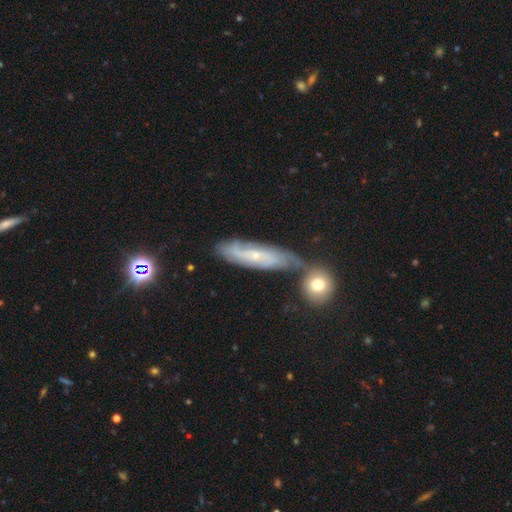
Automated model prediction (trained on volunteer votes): Overall: featured or disk (71%). Edge-on disk: no (78%). Bar: no (54%; weak 36%). Spiral arms: yes (91%). Spiral arm count: 2 (47%; can't tell 36%). Spiral winding: tight (48%; medium 37%). Bulge size: small (71%). Merging: none (59%; minor disturbance 19%).